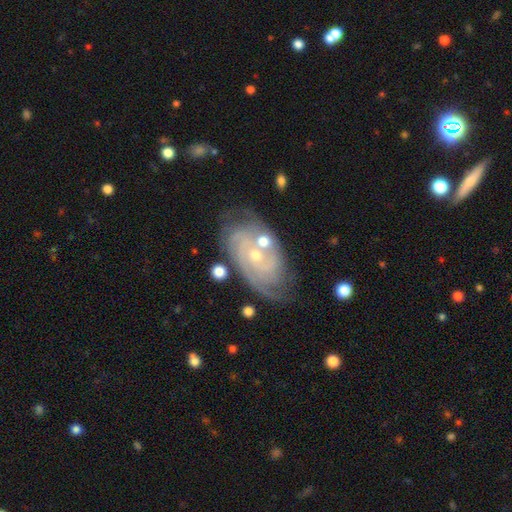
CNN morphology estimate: featured or disk 86%, smooth 7%, star or artifact 6%. Down the decision tree: edge-on disk — no (96%); bar — no (73%); spiral arms — yes (96%); spiral arm count — can't tell (28%); spiral winding — tight (74%); bulge size — small (70%); merging — none (68%).